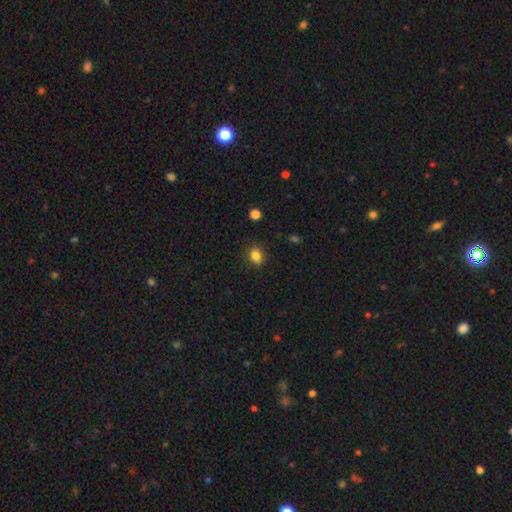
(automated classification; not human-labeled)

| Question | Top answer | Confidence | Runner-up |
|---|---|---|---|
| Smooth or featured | smooth | 84% | star or artifact (11%) |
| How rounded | round | 57% | in between (42%) |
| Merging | none | 86% | minor disturbance (10%) |